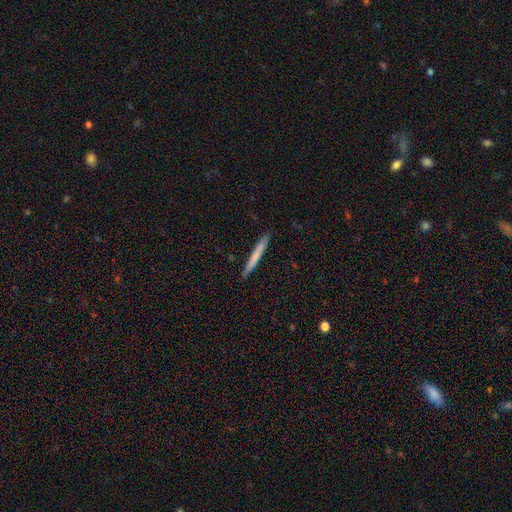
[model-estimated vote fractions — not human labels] smooth-or-featured: smooth: 67% | featured or disk: 27% | star or artifact: 6%
  how-rounded: cigar-shaped: 97% | in between: 2% | round: 1%
  merging: none: 91% | minor disturbance: 7% | major disturbance: 1% | merger: 1%